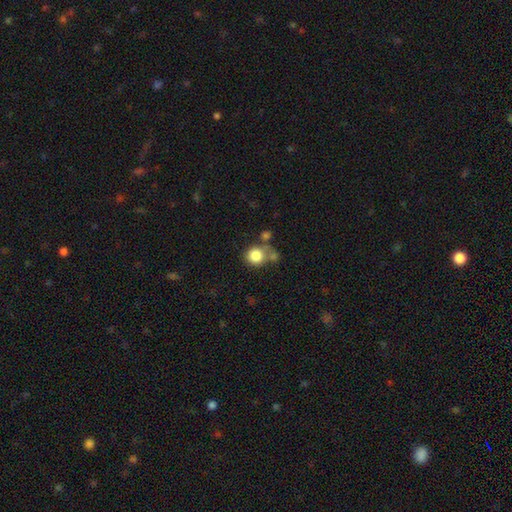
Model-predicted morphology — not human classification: Smooth or featured? smooth (83%)
How rounded? round (89%)
Merging? none (58%)